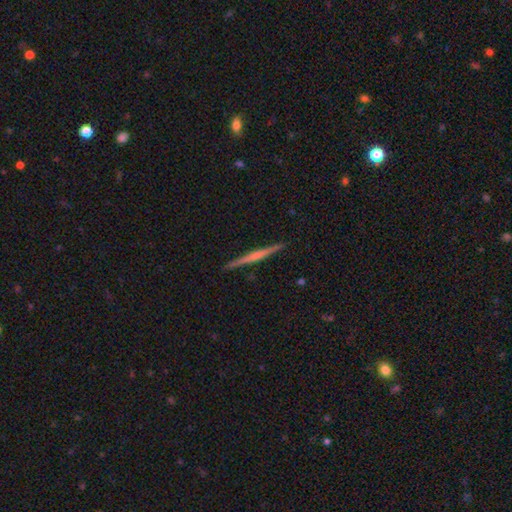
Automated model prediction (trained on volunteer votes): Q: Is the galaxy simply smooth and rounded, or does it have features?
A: featured or disk — 64%.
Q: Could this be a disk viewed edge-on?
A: yes — 98%.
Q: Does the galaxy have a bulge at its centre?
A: none — 52%.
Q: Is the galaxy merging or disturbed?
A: none — 92%.